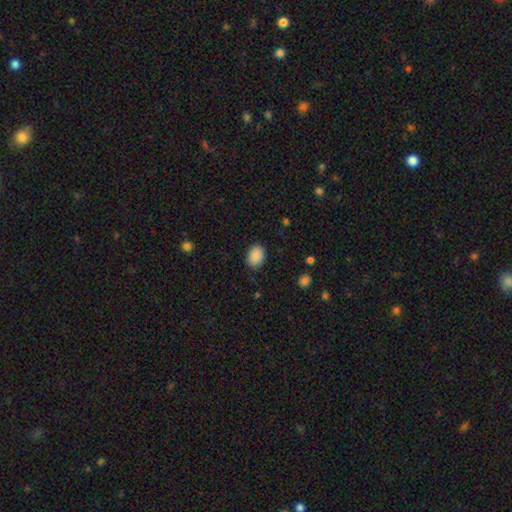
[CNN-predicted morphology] Smooth or featured? Predicted: smooth (p=0.89). How rounded? Predicted: in between (p=0.71). Merging? Predicted: none (p=0.85).